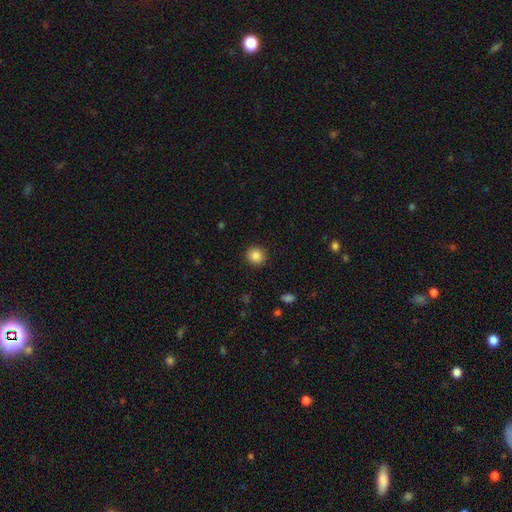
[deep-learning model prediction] This appears to be a smooth galaxy with no disk features (87%) that is round (91%). Merging: none (92%).